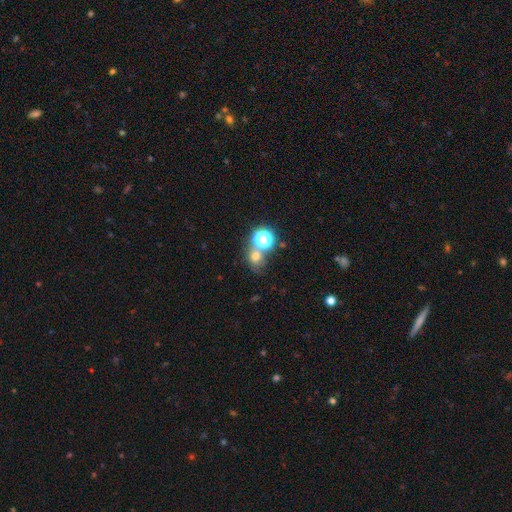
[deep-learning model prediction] Smooth or featured?
  - smooth: 63% *
  - star or artifact: 26%
  - featured or disk: 11%
How rounded?
  - round: 72% *
  - in between: 27%
  - cigar-shaped: 1%
Merging?
  - none: 51% *
  - merger: 31%
  - minor disturbance: 11%
  - major disturbance: 7%